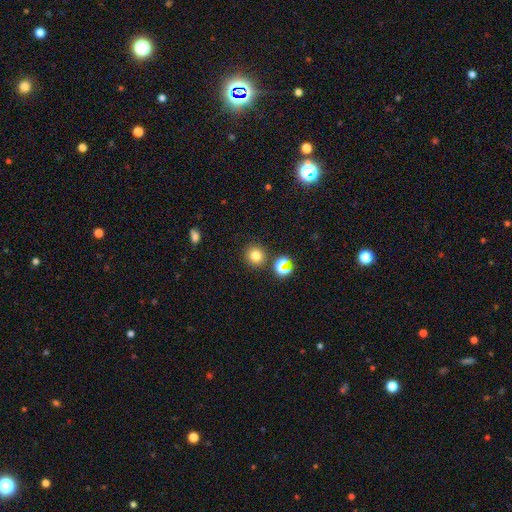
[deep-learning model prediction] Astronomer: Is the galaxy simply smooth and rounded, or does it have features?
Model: smooth — 74%.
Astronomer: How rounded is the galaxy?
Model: round — 90%.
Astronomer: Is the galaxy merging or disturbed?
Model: none — 84%.